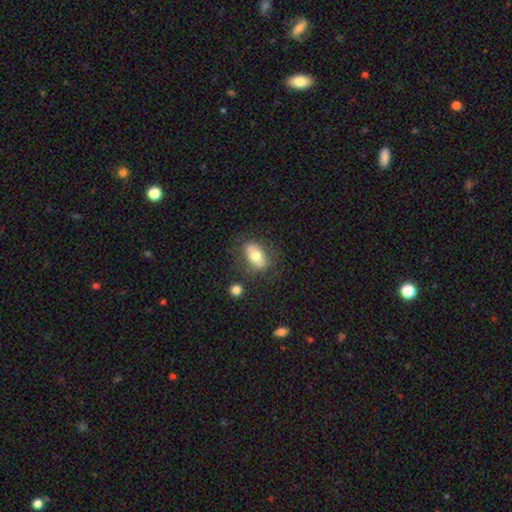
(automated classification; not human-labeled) Overall: smooth (66%; featured or disk 27%). How rounded: in between (85%). Merging: none (72%).